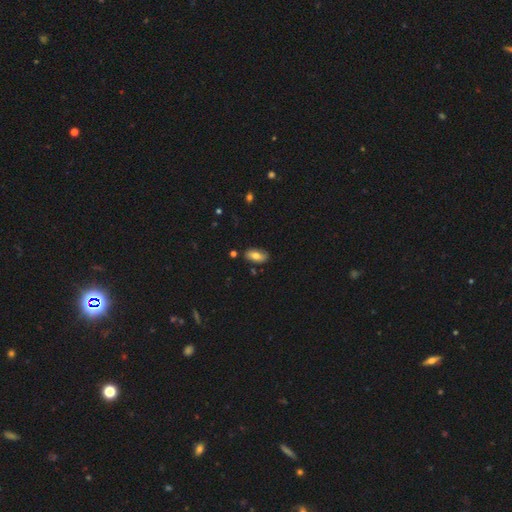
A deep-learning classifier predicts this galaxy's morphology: Smooth or featured: smooth — 74% (featured or disk — 19%)
How rounded: in between — 89% (cigar-shaped — 8%)
Merging: none — 83% (minor disturbance — 12%)